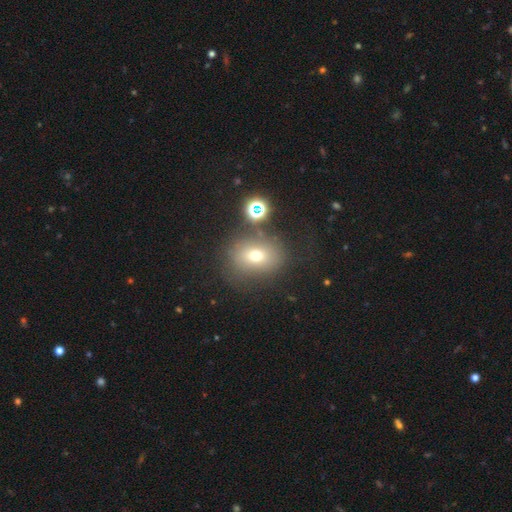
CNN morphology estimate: The model was most divided on "how rounded": in between: 52%, round: 47%, cigar-shaped: 1%. More confident: merging — none (69%); smooth or featured — smooth (65%).